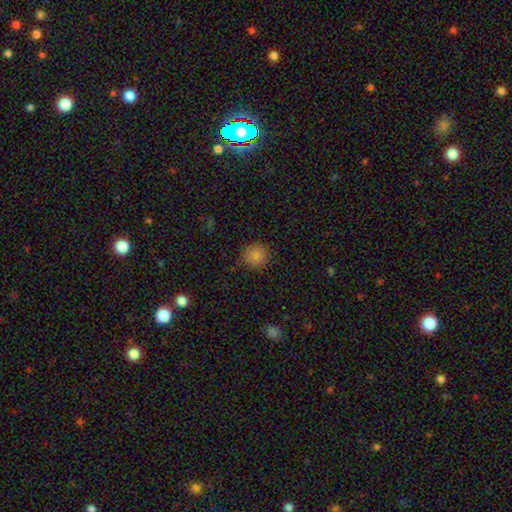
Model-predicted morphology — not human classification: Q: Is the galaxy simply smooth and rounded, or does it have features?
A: smooth — 84%.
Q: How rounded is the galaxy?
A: round — 88%.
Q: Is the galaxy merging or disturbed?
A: none — 81%.